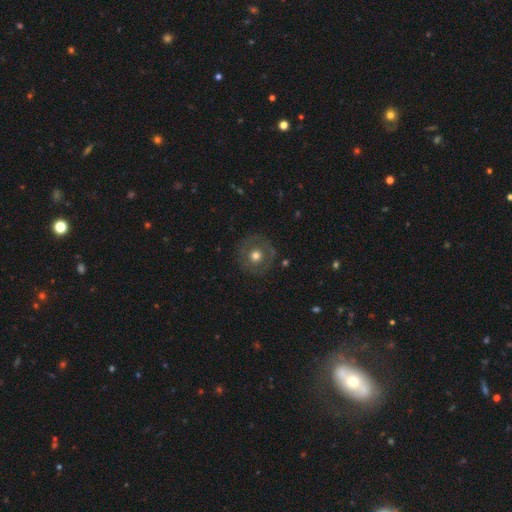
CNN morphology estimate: A smooth galaxy with no disk features (54%) that is round (94%).

Vote fractions:
- Smooth or featured? smooth: 54% / featured or disk: 37% / star or artifact: 9%
- How rounded? round: 94% / in between: 5% / cigar-shaped: 1%
- Merging? none: 83% / minor disturbance: 10% / major disturbance: 5% / merger: 1%